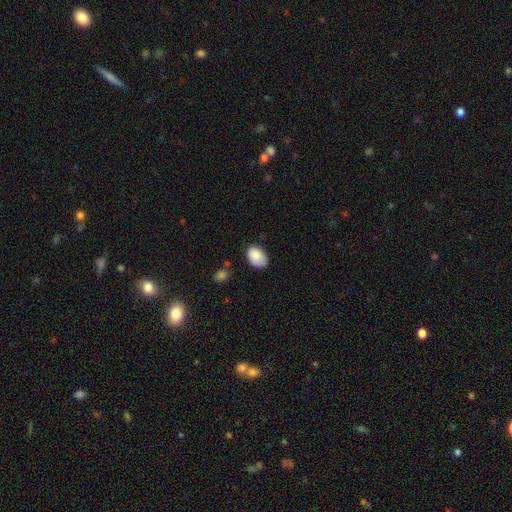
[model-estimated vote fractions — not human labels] This appears to be a smooth galaxy with no disk features (87%) that is in between round and cigar-shaped (87%). Merging: none (69%).